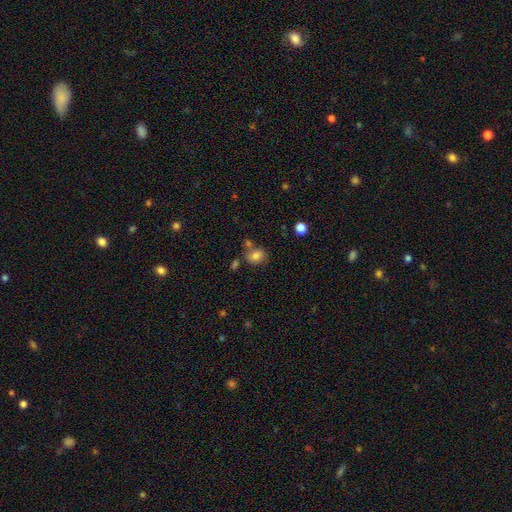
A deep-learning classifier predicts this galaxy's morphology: smooth_or_featured: smooth (p=0.77) [alt: star or artifact p=0.11]
how_rounded: round (p=0.55) [alt: in between p=0.43]
merging: none (p=0.60) [alt: merger p=0.19]